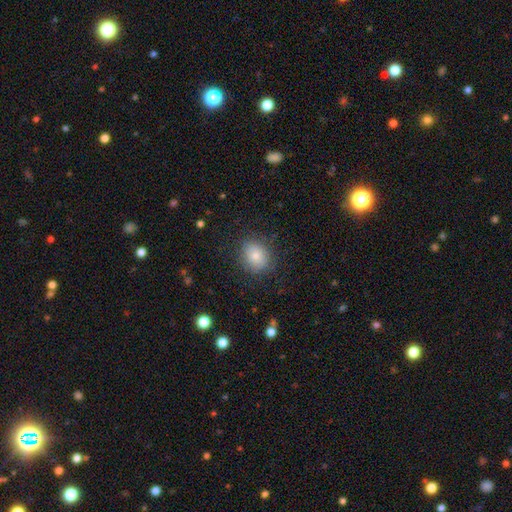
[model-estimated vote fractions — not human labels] smooth 81%, featured or disk 10%, star or artifact 9%. Down the decision tree: how rounded — round (58%); merging — none (82%).